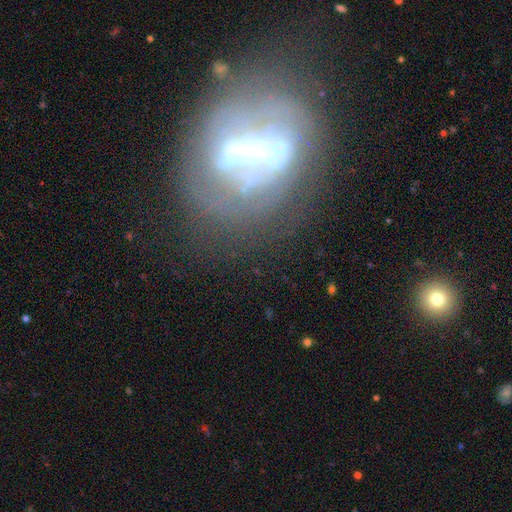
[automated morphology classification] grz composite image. It shows a featured or disk galaxy (69%) with a strong bar (55%), no spiral arms (72%) and no central bulge (34%). Merging: none (52%).